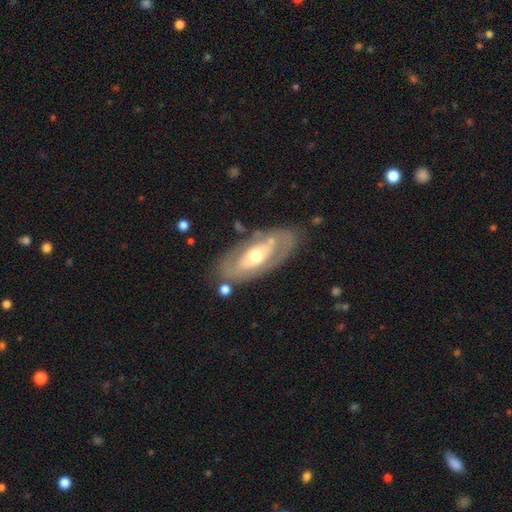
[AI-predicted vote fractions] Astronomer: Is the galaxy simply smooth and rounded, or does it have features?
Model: featured or disk — 67%.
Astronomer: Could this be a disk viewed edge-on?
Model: no — 88%.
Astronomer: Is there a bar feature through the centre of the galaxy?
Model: no — 75%.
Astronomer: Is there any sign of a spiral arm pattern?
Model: no — 61% (runner-up: yes, 39%).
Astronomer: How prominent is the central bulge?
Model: moderate — 68%.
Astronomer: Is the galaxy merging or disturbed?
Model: none — 74%.